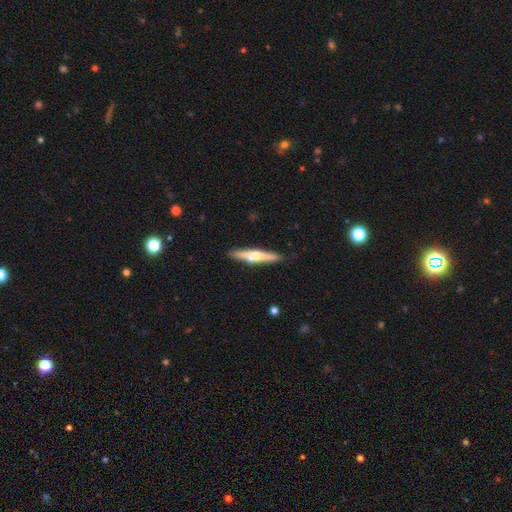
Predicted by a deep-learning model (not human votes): A featured or disk galaxy (56%) viewed edge-on (95%) with a rounded central bulge (87%).

Vote fractions:
- Smooth or featured? featured or disk: 56% / smooth: 38% / star or artifact: 6%
- Edge-on disk? yes: 95% / no: 5%
- Edge-on bulge? rounded: 87% / none: 8% / boxy: 5%
- Merging? none: 84% / minor disturbance: 10% / merger: 4% / major disturbance: 2%